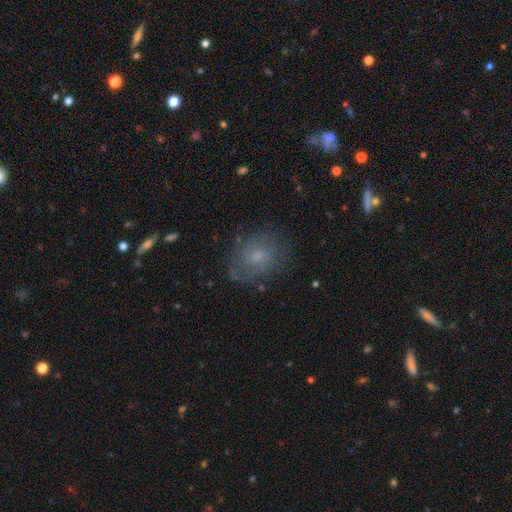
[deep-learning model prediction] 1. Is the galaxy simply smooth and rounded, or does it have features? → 45% smooth, 38% featured or disk, 17% star or artifact.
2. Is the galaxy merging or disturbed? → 74% none, 16% minor disturbance, 8% major disturbance, 1% merger.